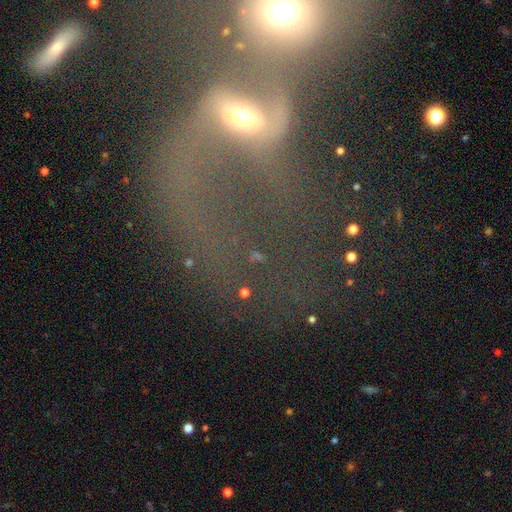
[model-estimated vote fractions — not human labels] Smooth or featured: featured or disk — 64% (smooth — 19%)
Edge-on disk: no — 91% (yes — 9%)
Bar: no — 36% (weak — 33%)
Spiral arms: yes — 64% (no — 36%)
Bulge size: moderate — 54% (small — 32%)
Merging: major disturbance — 39% (merger — 30%)